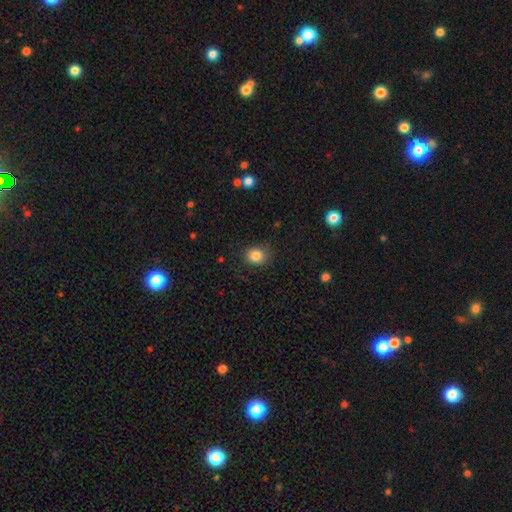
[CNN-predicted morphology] Q: Smooth or featured?
A: smooth (84%); runner-up: star or artifact (11%)
Q: How rounded?
A: round (67%); runner-up: in between (32%)
Q: Merging?
A: none (82%); runner-up: minor disturbance (13%)